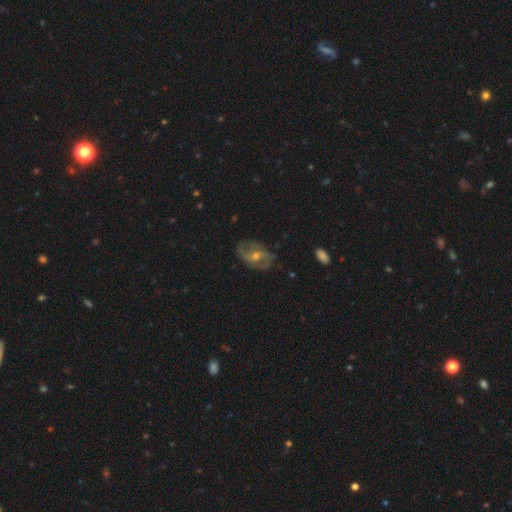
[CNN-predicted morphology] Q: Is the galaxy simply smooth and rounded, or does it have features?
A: featured or disk — 75%.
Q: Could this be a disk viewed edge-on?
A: no — 95%.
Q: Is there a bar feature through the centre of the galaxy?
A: weak — 47%.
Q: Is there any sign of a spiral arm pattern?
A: yes — 88%.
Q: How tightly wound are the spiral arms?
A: medium — 46%.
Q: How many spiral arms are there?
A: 2 — 70%.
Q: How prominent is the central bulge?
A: moderate — 51%.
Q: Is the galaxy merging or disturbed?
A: none — 74%.